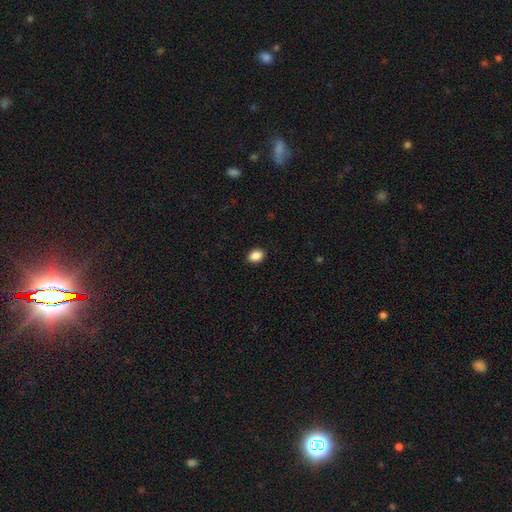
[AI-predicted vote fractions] smooth-or-featured: smooth: 89% | star or artifact: 8% | featured or disk: 3%
  how-rounded: in between: 77% | round: 22% | cigar-shaped: 1%
  merging: none: 90% | minor disturbance: 7% | major disturbance: 2% | merger: 1%